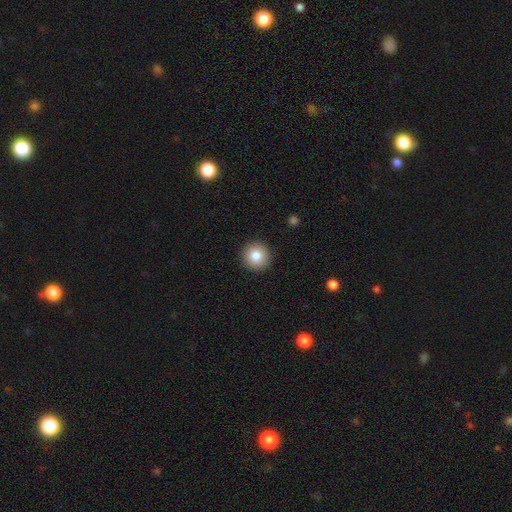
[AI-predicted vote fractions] Q: Smooth or featured?
A: smooth (83%); runner-up: star or artifact (9%)
Q: How rounded?
A: round (95%); runner-up: in between (4%)
Q: Merging?
A: none (92%); runner-up: minor disturbance (5%)